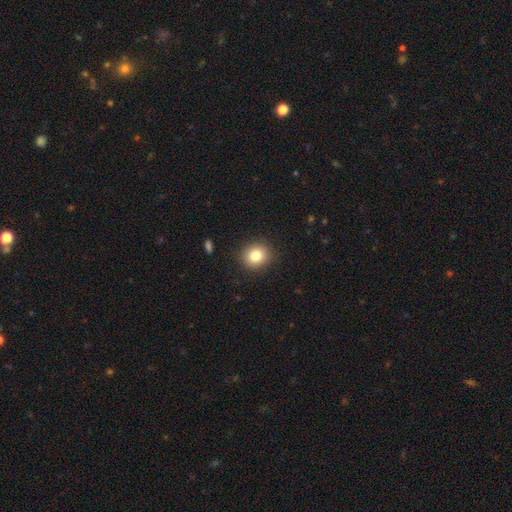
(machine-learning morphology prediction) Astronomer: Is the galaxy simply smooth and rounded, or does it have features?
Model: smooth — 82%.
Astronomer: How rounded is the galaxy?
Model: round — 82%.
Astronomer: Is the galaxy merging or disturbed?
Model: none — 90%.